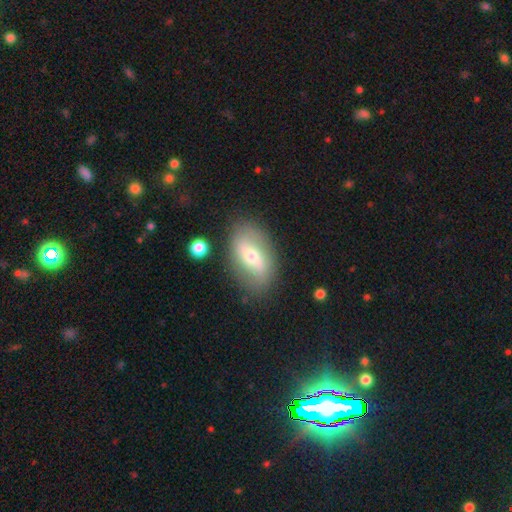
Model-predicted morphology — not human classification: Smooth or featured? Predicted: featured or disk (p=0.37). Merging? Predicted: none (p=0.80).